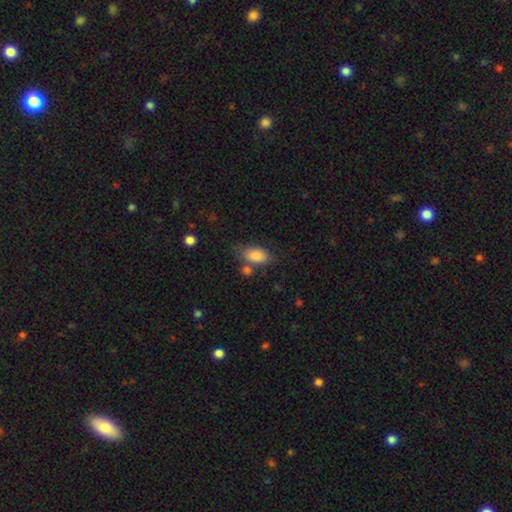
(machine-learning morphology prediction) Smooth or featured? Predicted: smooth (p=0.85). How rounded? Predicted: in between (p=0.89). Merging? Predicted: none (p=0.59).